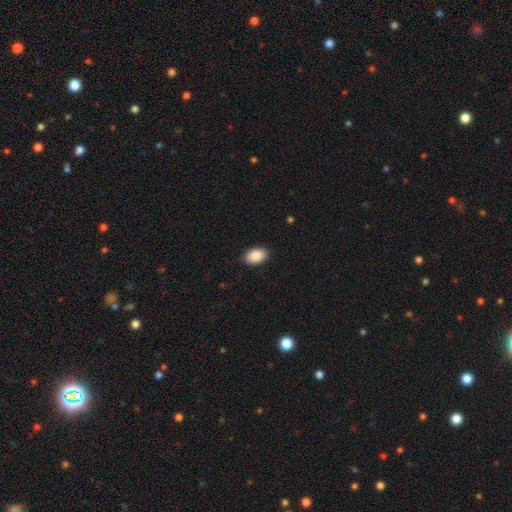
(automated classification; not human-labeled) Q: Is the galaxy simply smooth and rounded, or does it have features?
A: smooth — 89%.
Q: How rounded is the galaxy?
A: in between — 92%.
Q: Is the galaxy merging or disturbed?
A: none — 89%.